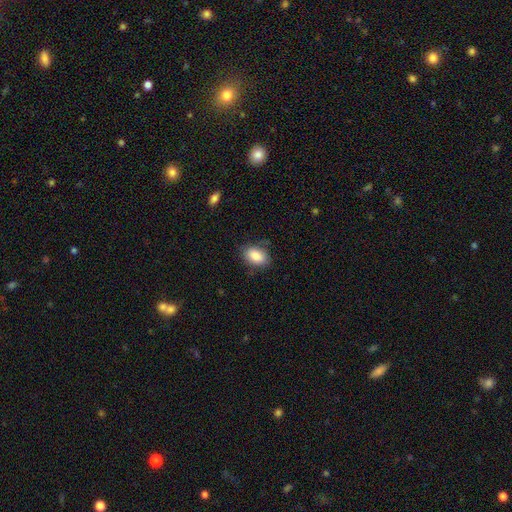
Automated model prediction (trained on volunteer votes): This is clearly a smooth galaxy (85%). How rounded: clearly in between (85%). Merging: likely none (77%).